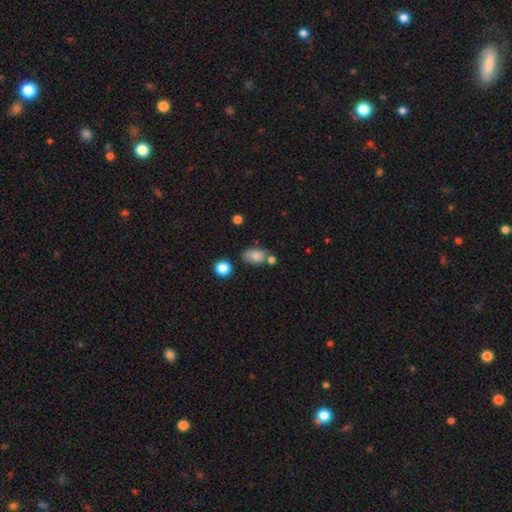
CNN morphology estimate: Smooth or featured? smooth (81%)
How rounded? in between (85%)
Merging? none (56%)